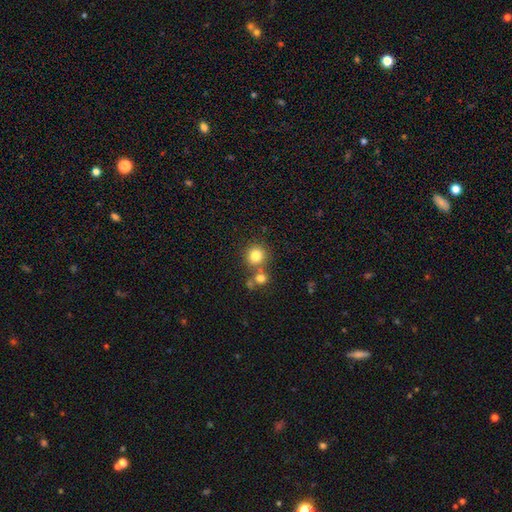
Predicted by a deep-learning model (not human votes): This appears to be a smooth galaxy with no disk features (79%) that is round (91%). Merging: none (67%).